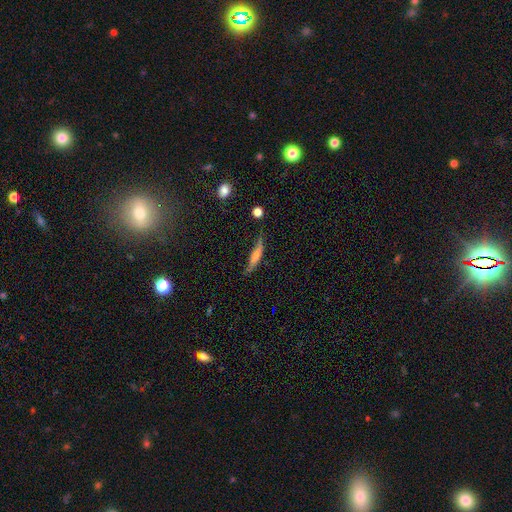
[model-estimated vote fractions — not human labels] Overall: smooth (50%; featured or disk 41%). How rounded: cigar-shaped (84%). Merging: none (67%).